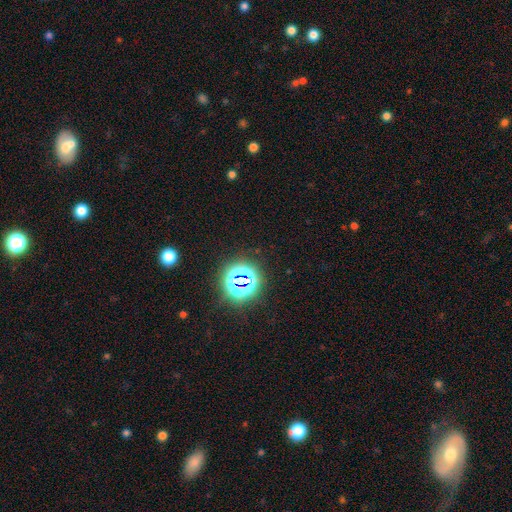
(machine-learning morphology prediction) The model was most divided on "smooth or featured": star or artifact: 75%, smooth: 17%, featured or disk: 7%.